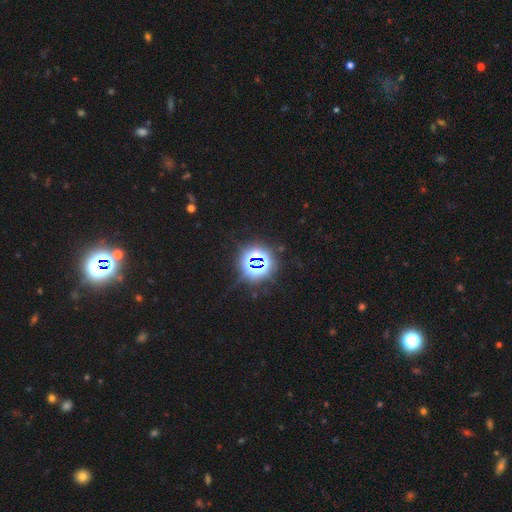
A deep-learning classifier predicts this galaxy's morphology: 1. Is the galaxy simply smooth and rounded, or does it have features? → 80% star or artifact, 12% smooth, 8% featured or disk.